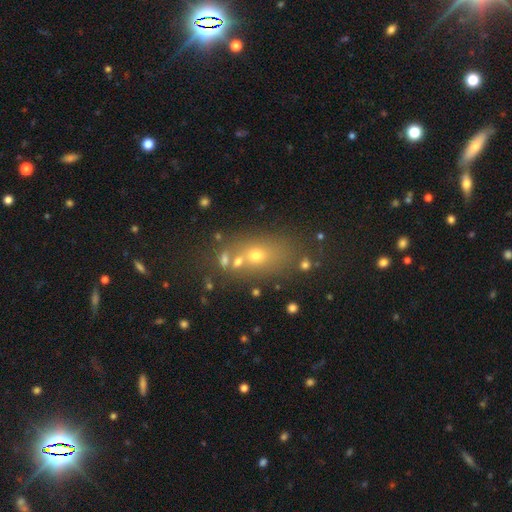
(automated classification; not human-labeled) Smooth or featured: smooth — 58% (star or artifact — 22%)
How rounded: in between — 63% (round — 34%)
Merging: none — 57% (merger — 23%)